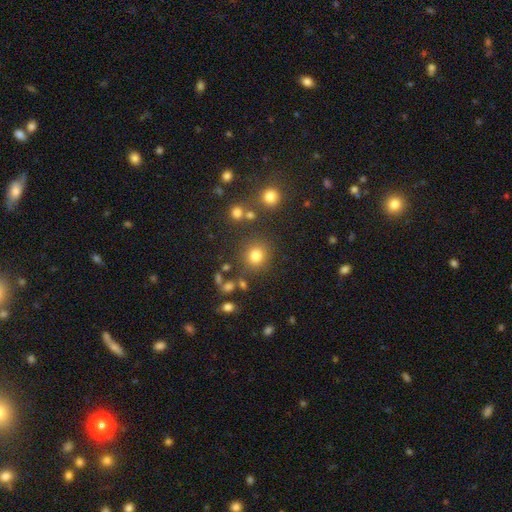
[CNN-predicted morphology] Overall: smooth (79%). How rounded: round (89%). Merging: none (80%).